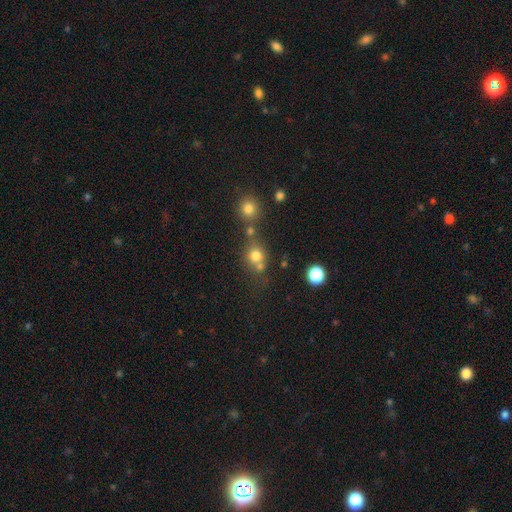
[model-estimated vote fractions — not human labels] Smooth or featured?
  - smooth: 74% *
  - star or artifact: 16%
  - featured or disk: 10%
How rounded?
  - round: 82% *
  - in between: 16%
  - cigar-shaped: 1%
Merging?
  - none: 54% *
  - merger: 31%
  - minor disturbance: 10%
  - major disturbance: 5%